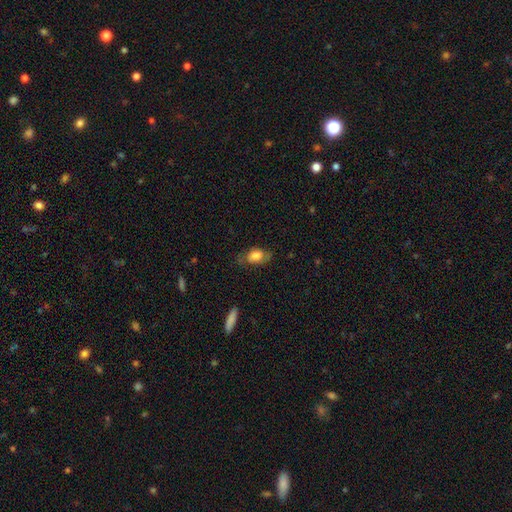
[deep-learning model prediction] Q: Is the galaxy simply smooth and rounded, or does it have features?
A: smooth — 69%.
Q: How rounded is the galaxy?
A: in between — 85%.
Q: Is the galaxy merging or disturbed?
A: none — 62%.